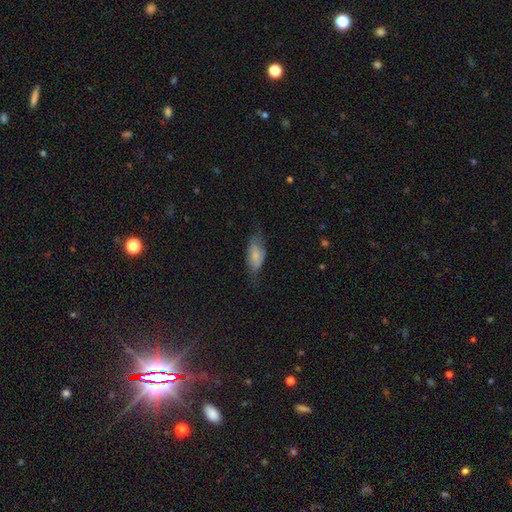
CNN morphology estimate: Overall: smooth (63%; featured or disk 29%). How rounded: in between (86%). Merging: none (49%; minor disturbance 32%).